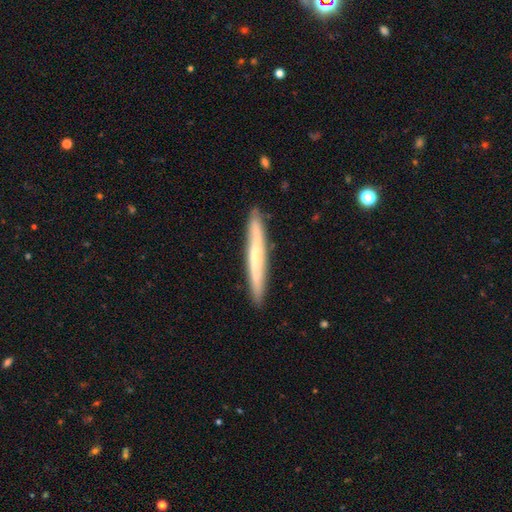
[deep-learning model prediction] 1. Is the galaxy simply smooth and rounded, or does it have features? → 48% featured or disk, 44% smooth, 7% star or artifact.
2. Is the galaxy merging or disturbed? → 89% none, 8% minor disturbance, 1% major disturbance, 1% merger.